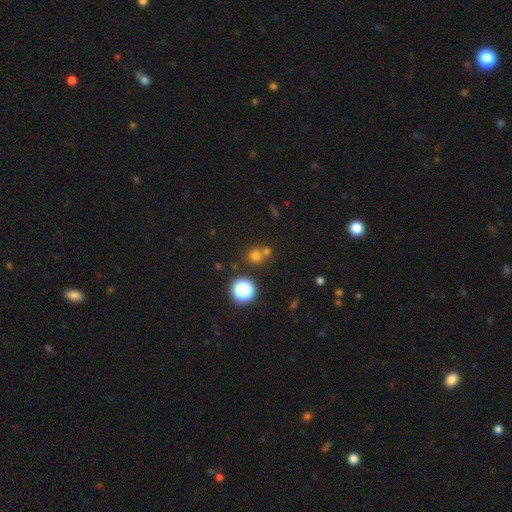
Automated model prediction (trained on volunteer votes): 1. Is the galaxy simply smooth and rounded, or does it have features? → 67% smooth, 25% star or artifact, 9% featured or disk.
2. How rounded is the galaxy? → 87% round, 12% in between, 1% cigar-shaped.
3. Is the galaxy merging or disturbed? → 60% none, 30% merger, 7% minor disturbance, 3% major disturbance.